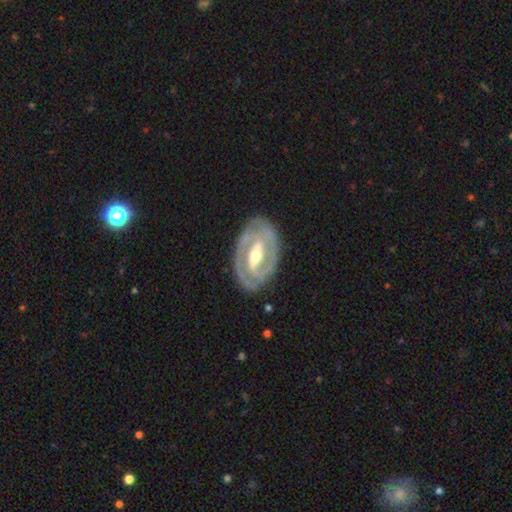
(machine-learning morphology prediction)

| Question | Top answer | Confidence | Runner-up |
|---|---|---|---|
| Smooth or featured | featured or disk | 85% | smooth (11%) |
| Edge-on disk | no | 94% | yes (6%) |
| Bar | strong | 56% | weak (29%) |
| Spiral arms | yes | 79% | no (21%) |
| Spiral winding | tight | 62% | medium (29%) |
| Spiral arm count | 2 | 74% | can't tell (14%) |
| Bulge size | moderate | 65% | small (28%) |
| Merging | none | 81% | minor disturbance (13%) |